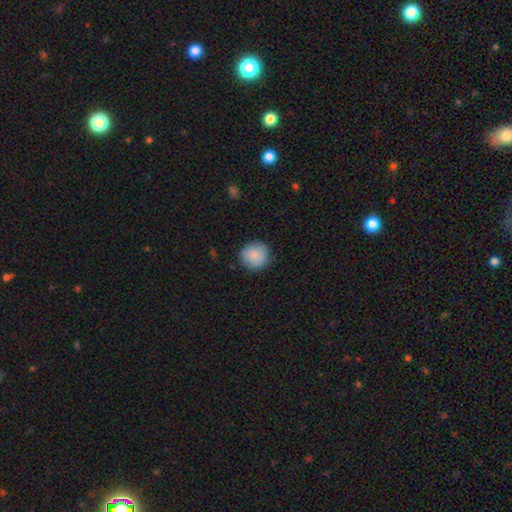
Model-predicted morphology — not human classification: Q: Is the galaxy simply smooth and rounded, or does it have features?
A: smooth — 86%.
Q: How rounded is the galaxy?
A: round — 91%.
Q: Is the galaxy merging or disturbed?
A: none — 84%.